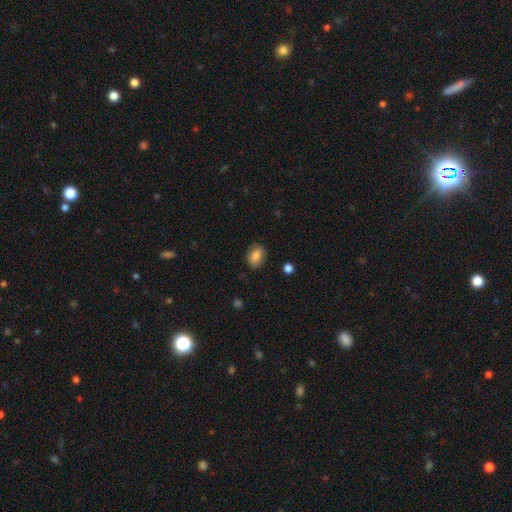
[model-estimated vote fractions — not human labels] Morphology: type=smooth (82%); roundness=in between (73%); merging=none (82%).